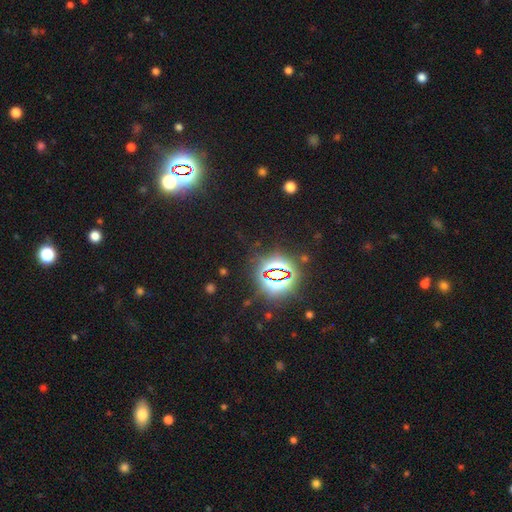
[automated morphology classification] Smooth or featured: star or artifact — 83% (smooth — 11%)